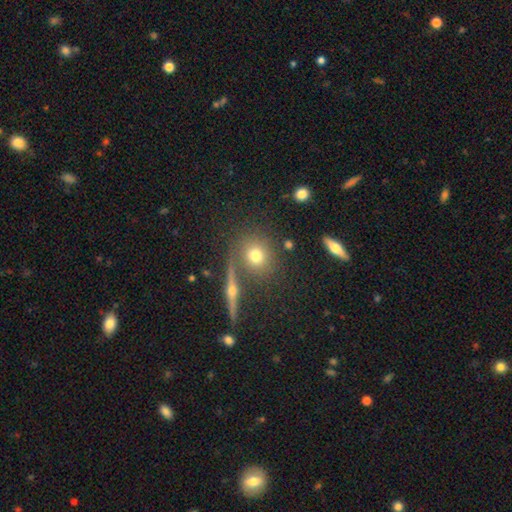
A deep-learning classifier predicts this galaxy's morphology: type=smooth (65%); roundness=round (85%); merging=none (78%).